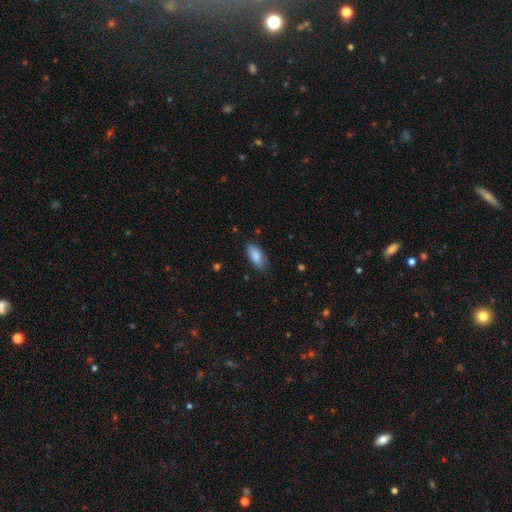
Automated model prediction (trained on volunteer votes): Smooth or featured: smooth — 85% (featured or disk — 9%)
How rounded: in between — 86% (cigar-shaped — 12%)
Merging: none — 76% (minor disturbance — 20%)